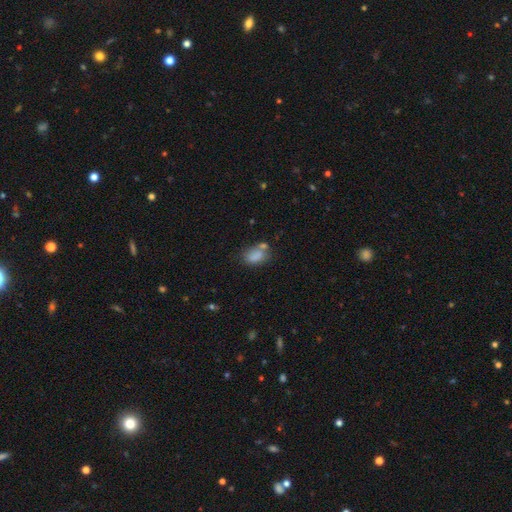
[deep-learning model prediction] Smooth or featured?
  - smooth: 79% *
  - featured or disk: 10%
  - star or artifact: 10%
How rounded?
  - in between: 82% *
  - round: 16%
  - cigar-shaped: 2%
Merging?
  - none: 47% *
  - merger: 26%
  - minor disturbance: 20%
  - major disturbance: 8%